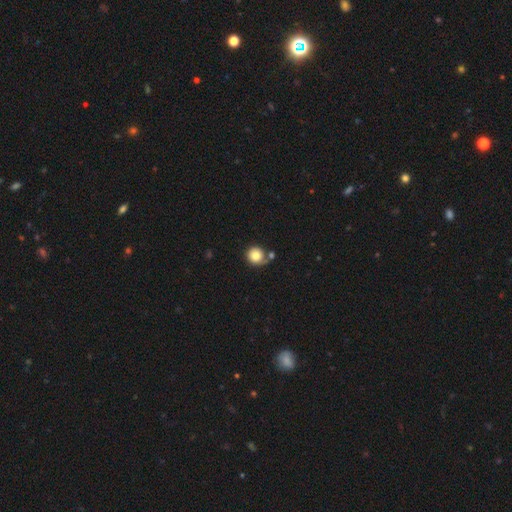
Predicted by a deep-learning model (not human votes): Overall: smooth (82%). How rounded: round (91%). Merging: none (63%).